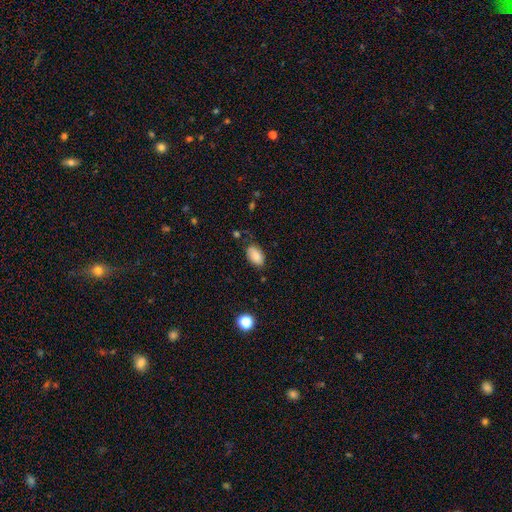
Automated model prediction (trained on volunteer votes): Q: Smooth or featured?
A: smooth (82%); runner-up: featured or disk (10%)
Q: How rounded?
A: in between (93%); runner-up: round (6%)
Q: Merging?
A: none (76%); runner-up: minor disturbance (18%)